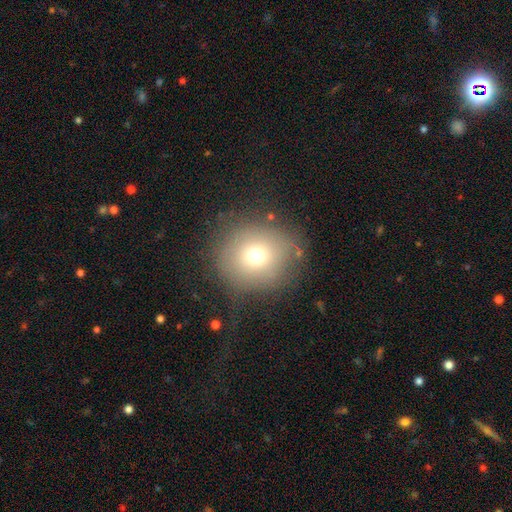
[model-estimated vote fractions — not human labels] Smooth or featured? smooth (69%)
How rounded? round (89%)
Merging? none (75%)